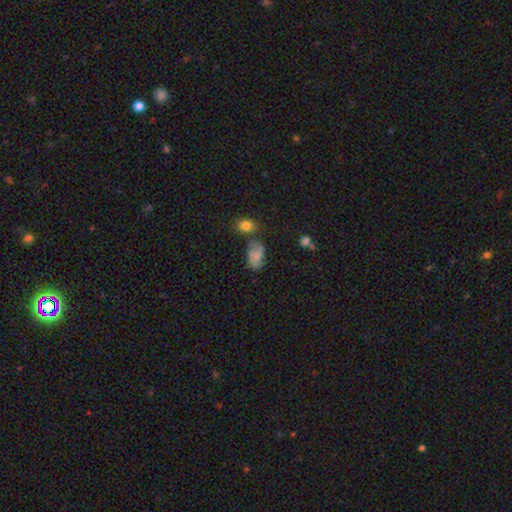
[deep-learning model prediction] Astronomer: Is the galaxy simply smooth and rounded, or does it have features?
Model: smooth — 62%.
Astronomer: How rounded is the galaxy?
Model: in between — 85%.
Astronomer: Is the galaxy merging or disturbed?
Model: none — 49% (runner-up: minor disturbance, 26%).